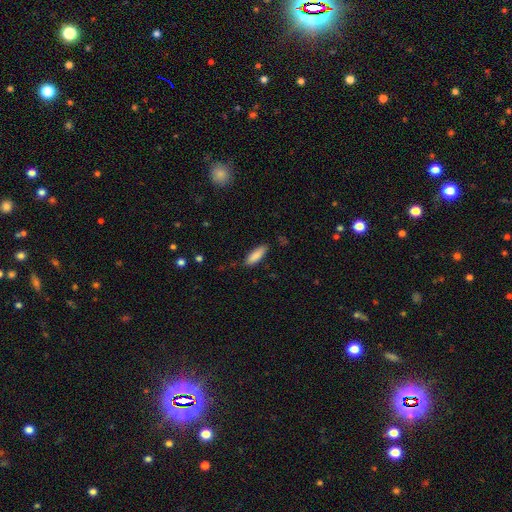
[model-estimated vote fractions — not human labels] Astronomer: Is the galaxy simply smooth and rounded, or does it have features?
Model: smooth — 86%.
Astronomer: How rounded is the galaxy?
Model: in between — 54% (runner-up: cigar-shaped, 45%).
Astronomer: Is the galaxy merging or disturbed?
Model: none — 82%.